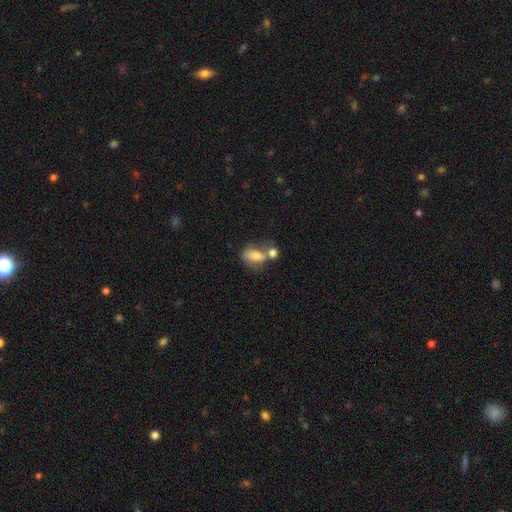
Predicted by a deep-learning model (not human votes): smooth 70%, featured or disk 21%, star or artifact 9%. Down the decision tree: how rounded — in between (83%); merging — merger (47%).